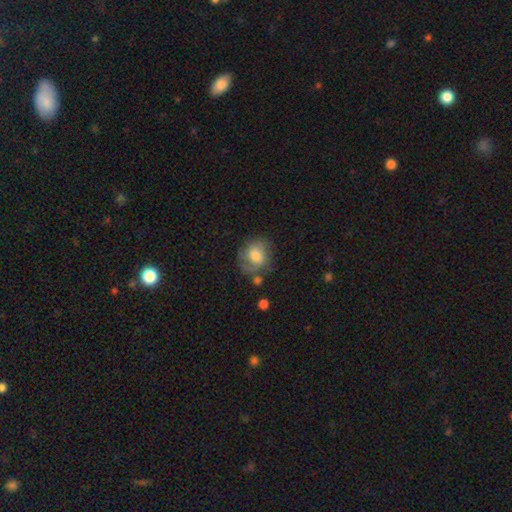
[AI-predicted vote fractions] Morphology: type=smooth (60%); roundness=round (66%); merging=none (53%).